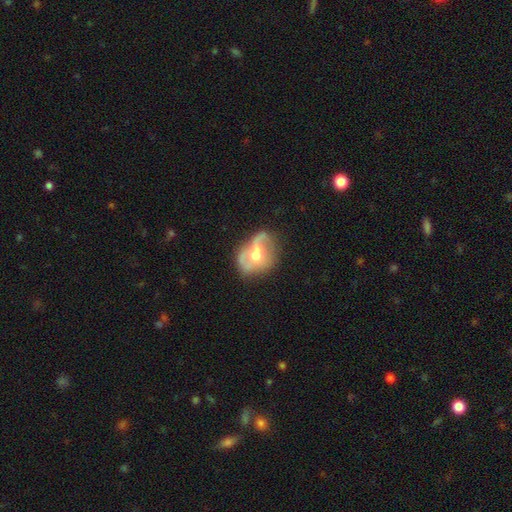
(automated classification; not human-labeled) Morphology: type=featured or disk (63%); edge-on=no (95%); bar=no (56%); spiral arms=yes (51%); bulge=moderate (69%); merging=none (38%).